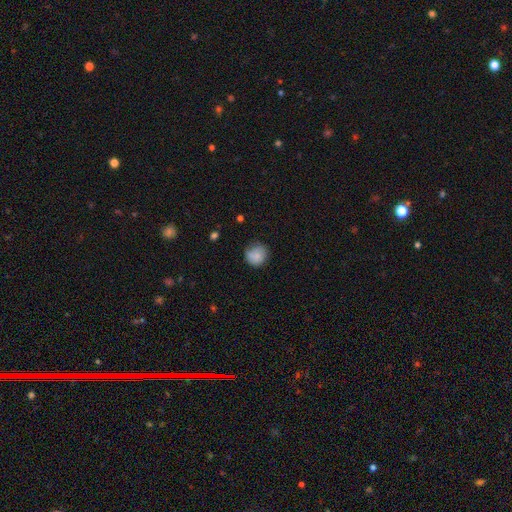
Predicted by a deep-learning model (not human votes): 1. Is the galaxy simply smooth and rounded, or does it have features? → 84% smooth, 9% star or artifact, 8% featured or disk.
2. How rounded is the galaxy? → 88% round, 11% in between, 1% cigar-shaped.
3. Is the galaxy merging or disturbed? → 72% none, 21% minor disturbance, 5% major disturbance, 2% merger.